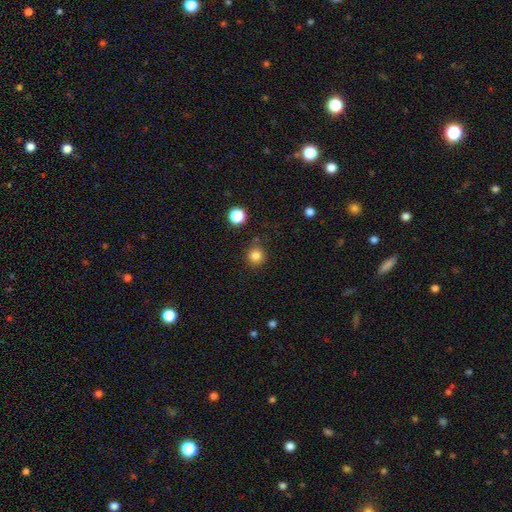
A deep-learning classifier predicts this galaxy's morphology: smooth_or_featured: smooth (p=0.82) [alt: star or artifact p=0.13]
how_rounded: round (p=0.94) [alt: in between p=0.05]
merging: none (p=0.85) [alt: minor disturbance p=0.09]